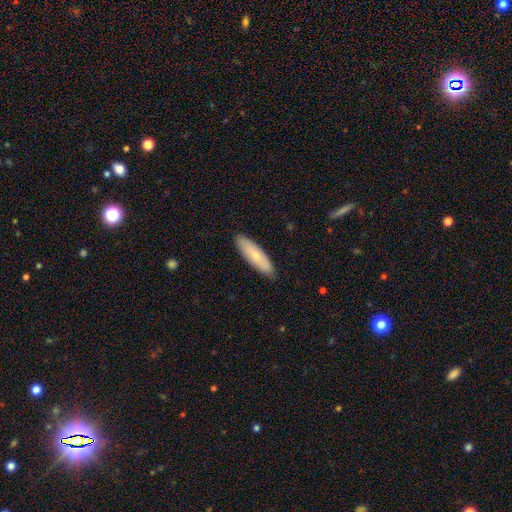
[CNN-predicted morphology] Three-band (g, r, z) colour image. It shows a smooth galaxy with no disk features (68%) that is cigar-shaped (56%). Merging: none (87%).